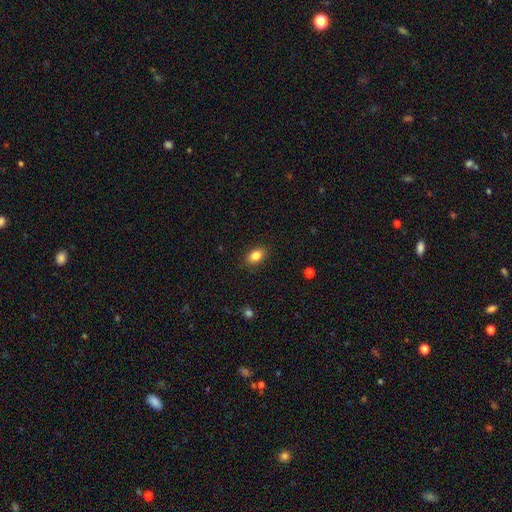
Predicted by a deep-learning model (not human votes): Morphology: type=smooth (85%); roundness=in between (84%); merging=none (87%).